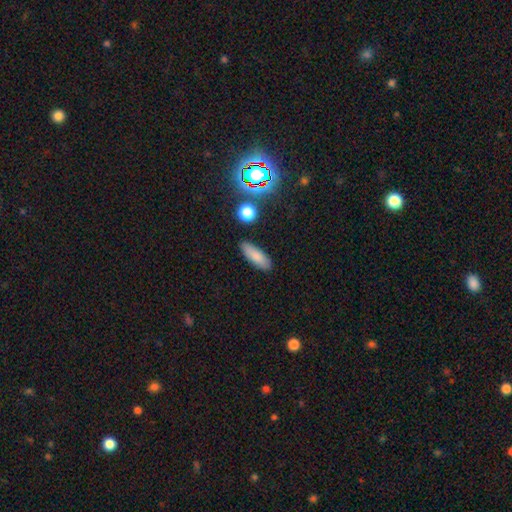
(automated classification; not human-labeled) smooth 82%, star or artifact 9%, featured or disk 9%. Down the decision tree: how rounded — in between (61%); merging — none (86%).